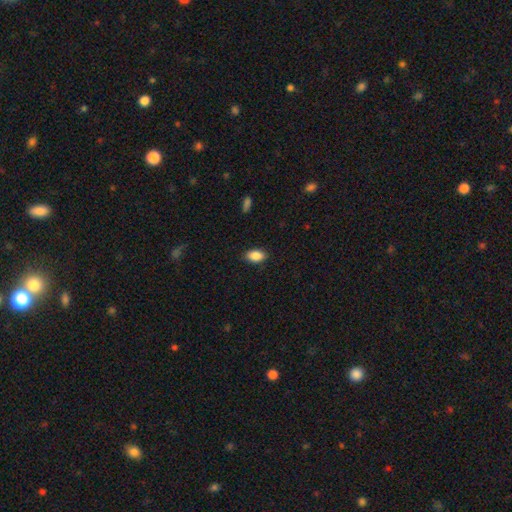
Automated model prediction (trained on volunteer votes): smooth_or_featured: smooth (p=0.88) [alt: star or artifact p=0.08]
how_rounded: in between (p=0.91) [alt: round p=0.07]
merging: none (p=0.87) [alt: minor disturbance p=0.09]